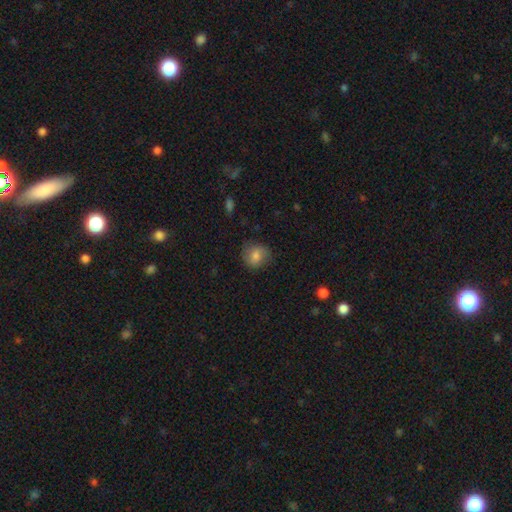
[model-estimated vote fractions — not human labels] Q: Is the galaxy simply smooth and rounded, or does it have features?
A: smooth — 74%.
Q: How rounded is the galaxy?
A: round — 75%.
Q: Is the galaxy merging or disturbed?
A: none — 77%.